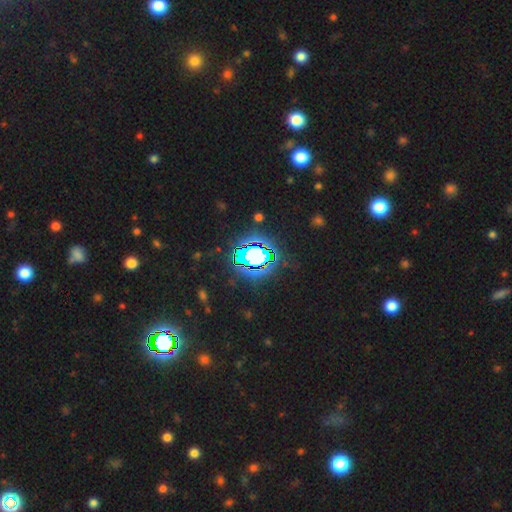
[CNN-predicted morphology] type=star or artifact (72%).